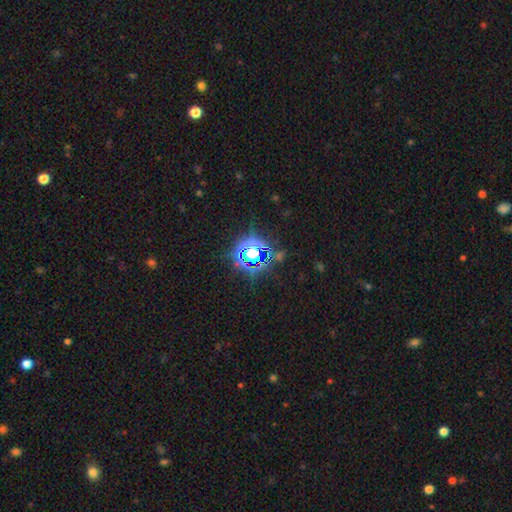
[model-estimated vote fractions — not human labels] Smooth or featured? Predicted: star or artifact (p=0.76).